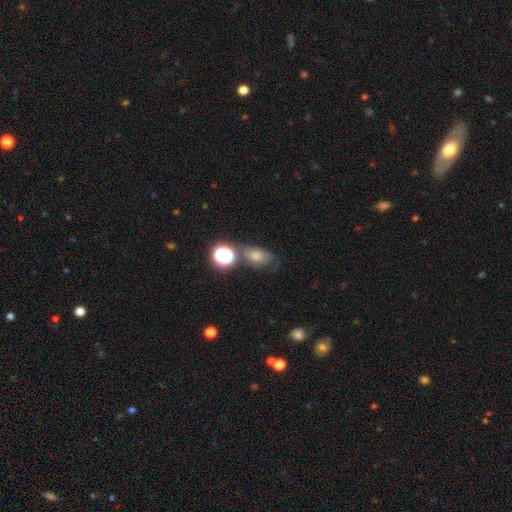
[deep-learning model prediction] Smooth or featured: smooth — 44% (star or artifact — 39%)
Merging: none — 67% (minor disturbance — 17%)